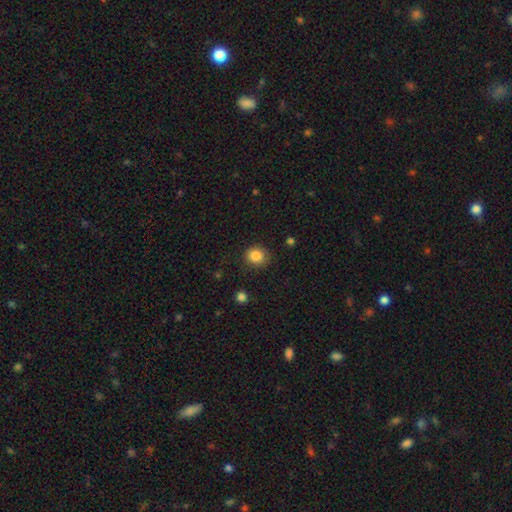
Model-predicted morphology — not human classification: A smooth galaxy with no disk features (85%) that is round (77%).

Vote fractions:
- Smooth or featured? smooth: 85% / star or artifact: 10% / featured or disk: 5%
- How rounded? round: 77% / in between: 22% / cigar-shaped: 1%
- Merging? none: 81% / minor disturbance: 14% / major disturbance: 4% / merger: 1%